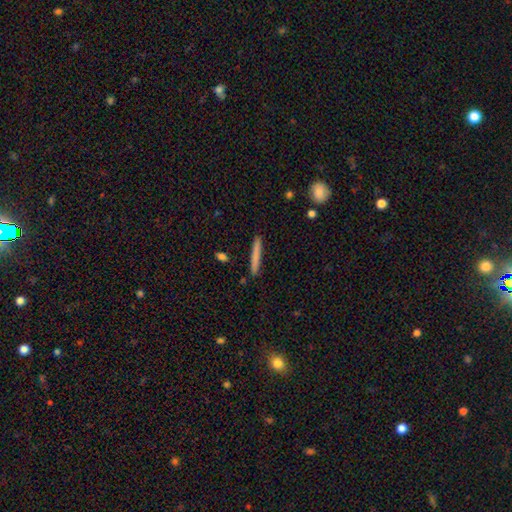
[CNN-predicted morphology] A smooth galaxy with no disk features (76%) that is cigar-shaped (96%). Merging: none (90%).